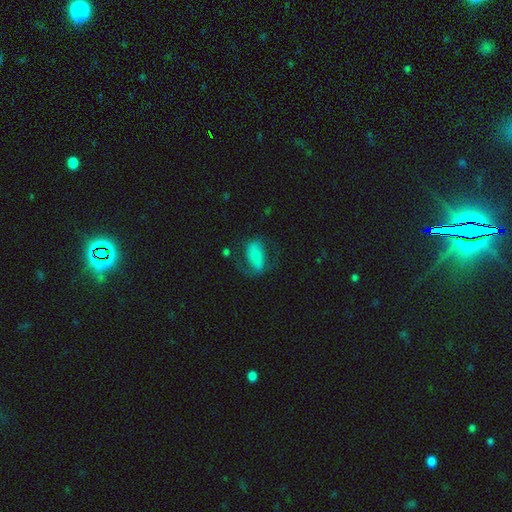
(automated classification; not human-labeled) Smooth or featured? Predicted: featured or disk (p=0.50). Merging? Predicted: none (p=0.56).